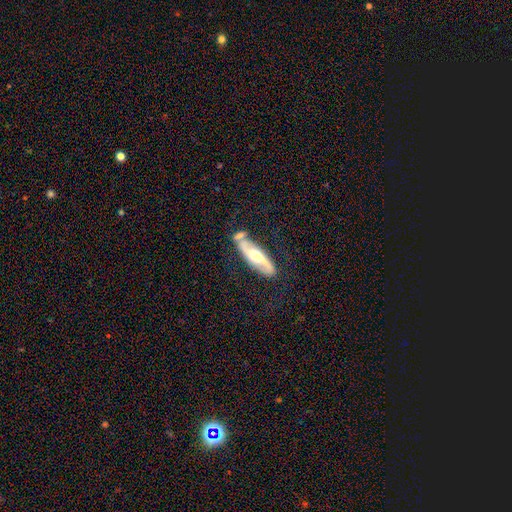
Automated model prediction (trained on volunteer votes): This appears to be a featured or disk galaxy (72%) with no bar (48%), spiral arms (87%) and a moderate central bulge (60%). Merging: none (62%).